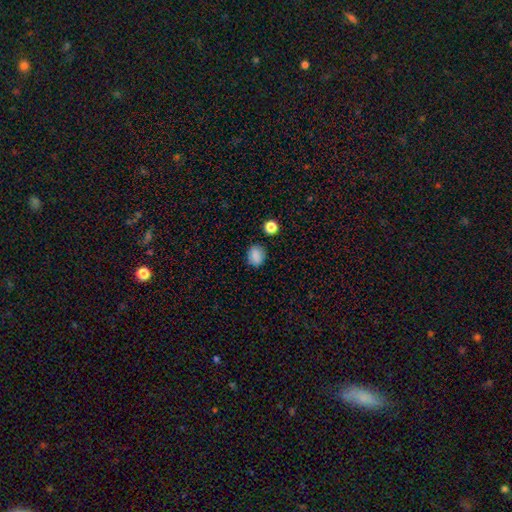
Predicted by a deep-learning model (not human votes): Smooth or featured?
  - smooth: 85% *
  - star or artifact: 11%
  - featured or disk: 4%
How rounded?
  - round: 55% *
  - in between: 44%
  - cigar-shaped: 1%
Merging?
  - none: 83% *
  - minor disturbance: 12%
  - major disturbance: 3%
  - merger: 3%